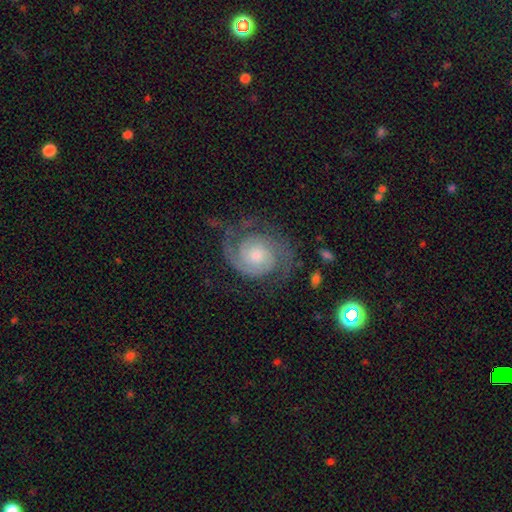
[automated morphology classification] Smooth or featured?
  - featured or disk: 88% *
  - smooth: 7%
  - star or artifact: 5%
Edge-on disk?
  - no: 98% *
  - yes: 2%
Bar?
  - no: 72% *
  - weak: 23%
  - strong: 4%
Spiral arms?
  - yes: 98% *
  - no: 2%
Spiral winding?
  - tight: 53% *
  - medium: 38%
  - loose: 10%
Spiral arm count?
  - 2: 84% *
  - 3: 5%
  - can't tell: 4%
  - 1: 4%
  - 4: 2%
  - more than 4: 1%
Bulge size?
  - moderate: 47% *
  - small: 34%
  - large: 11%
  - none: 6%
  - dominant: 2%
Merging?
  - none: 70% *
  - minor disturbance: 17%
  - major disturbance: 12%
  - merger: 1%